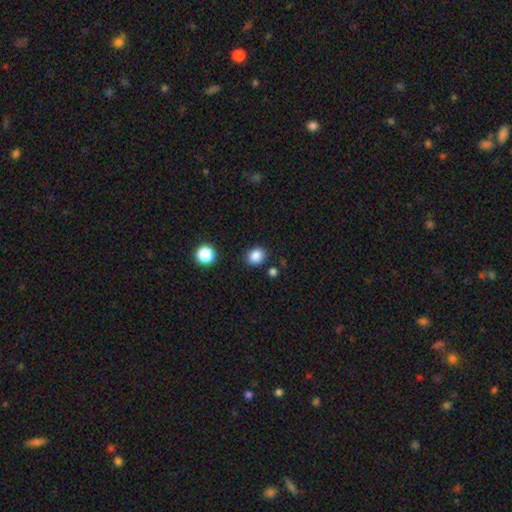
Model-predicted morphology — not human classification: A smooth galaxy with no disk features (85%) that is round (71%). Merging: none (84%).